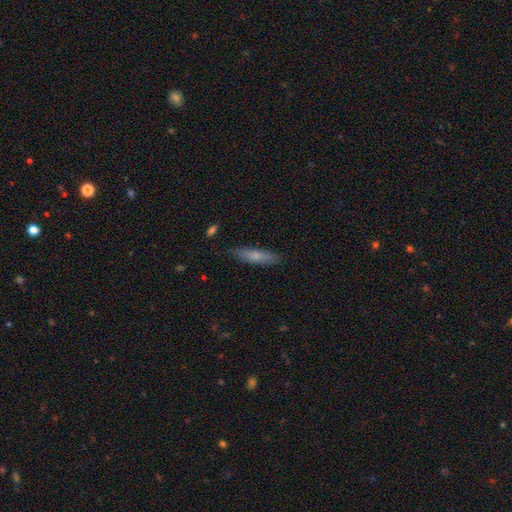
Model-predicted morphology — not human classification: This is likely a smooth galaxy (72%). How rounded: likely cigar-shaped (79%). Merging: clearly none (85%).